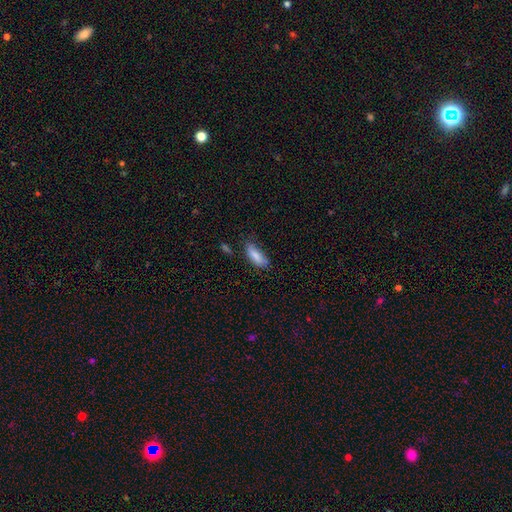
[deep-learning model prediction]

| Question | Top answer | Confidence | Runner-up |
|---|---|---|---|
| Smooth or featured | smooth | 81% | featured or disk (12%) |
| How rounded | in between | 68% | cigar-shaped (30%) |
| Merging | none | 60% | minor disturbance (29%) |